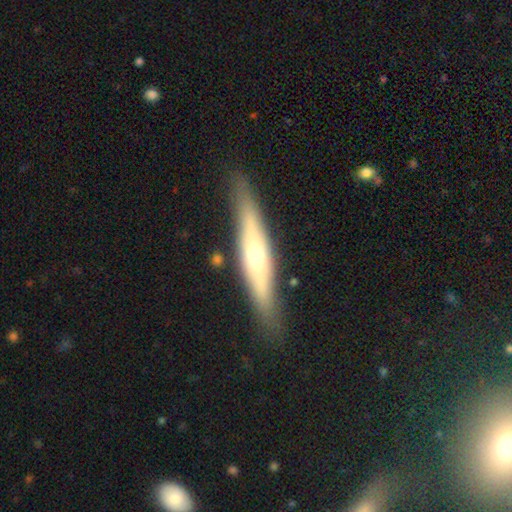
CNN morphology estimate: smooth-or-featured: featured or disk: 58% | smooth: 36% | star or artifact: 6%
  disk-edge-on: yes: 83% | no: 17%
  merging: none: 83% | minor disturbance: 12% | major disturbance: 3% | merger: 2%